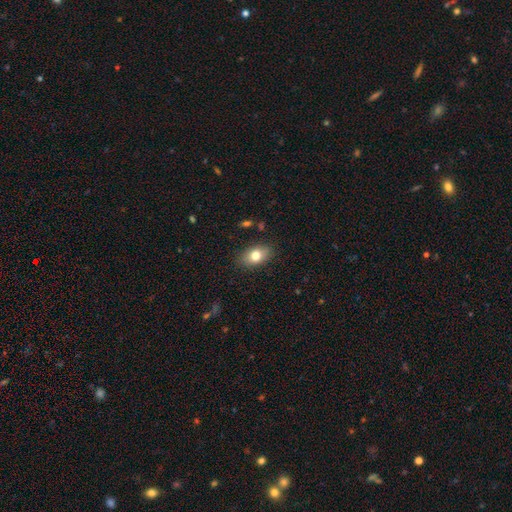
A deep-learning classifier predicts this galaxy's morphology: type=smooth (79%); roundness=in between (85%); merging=none (85%).